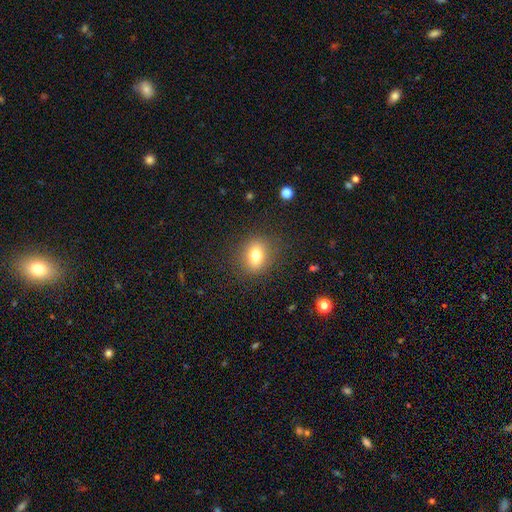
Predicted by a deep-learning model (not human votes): Smooth or featured? smooth (76%)
How rounded? round (51%)
Merging? none (84%)